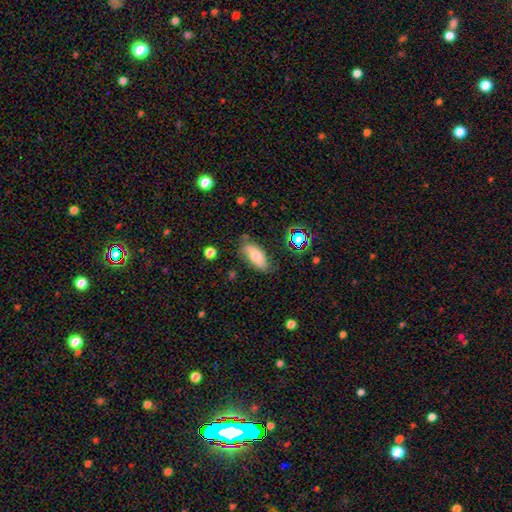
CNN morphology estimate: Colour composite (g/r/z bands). It shows a smooth galaxy with no disk features (72%) that is in between round and cigar-shaped (84%). Merging: none (70%).